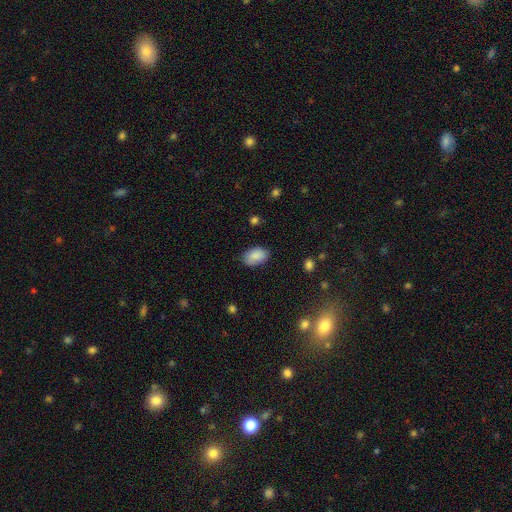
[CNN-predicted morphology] Smooth or featured? smooth (88%)
How rounded? in between (92%)
Merging? none (82%)